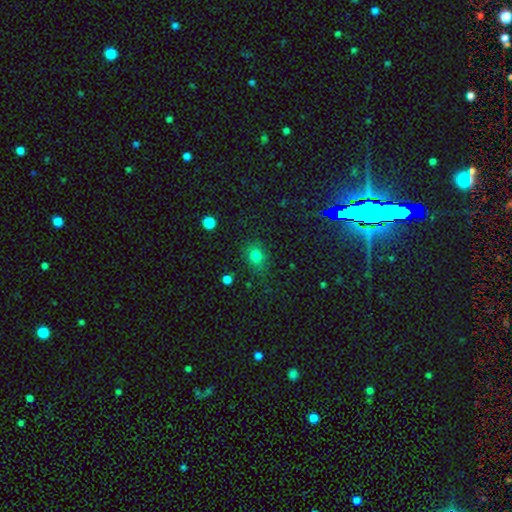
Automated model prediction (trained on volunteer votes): smooth_or_featured: smooth (p=0.78) [alt: star or artifact p=0.16]
how_rounded: round (p=0.61) [alt: in between p=0.38]
merging: none (p=0.77) [alt: minor disturbance p=0.15]